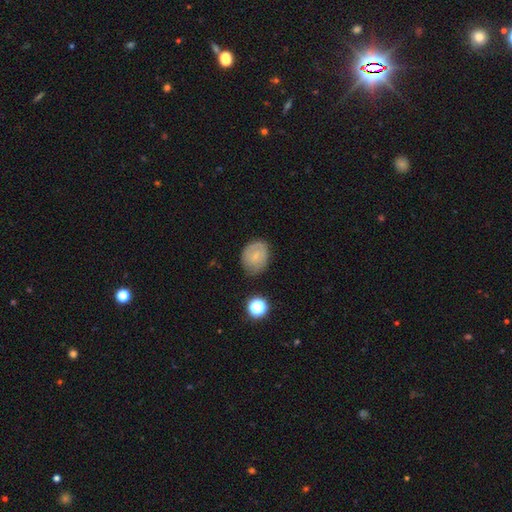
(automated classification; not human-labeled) Smooth or featured?
  - smooth: 55% *
  - featured or disk: 34%
  - star or artifact: 11%
How rounded?
  - round: 57% *
  - in between: 42%
  - cigar-shaped: 1%
Merging?
  - none: 68% *
  - minor disturbance: 23%
  - major disturbance: 7%
  - merger: 2%